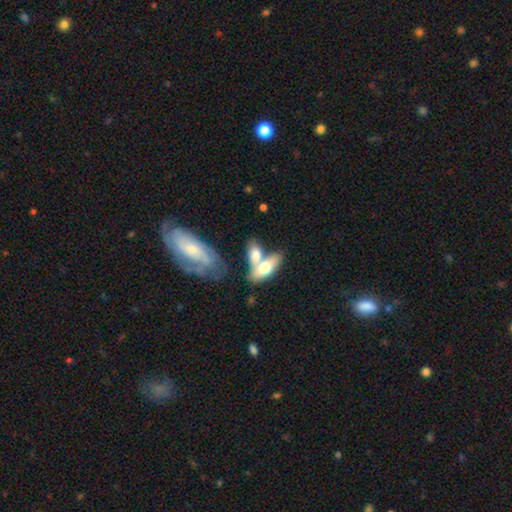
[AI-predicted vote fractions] This is likely a smooth galaxy (62%). How rounded: clearly in between (82%). Merging: likely merger (63%).